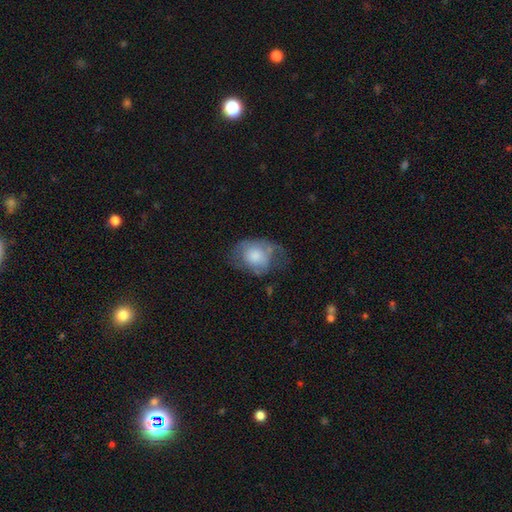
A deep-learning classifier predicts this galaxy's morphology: smooth_or_featured: smooth (p=0.61) [alt: featured or disk p=0.32]
how_rounded: in between (p=0.61) [alt: round p=0.38]
merging: major disturbance (p=0.34) [alt: minor disturbance p=0.32]